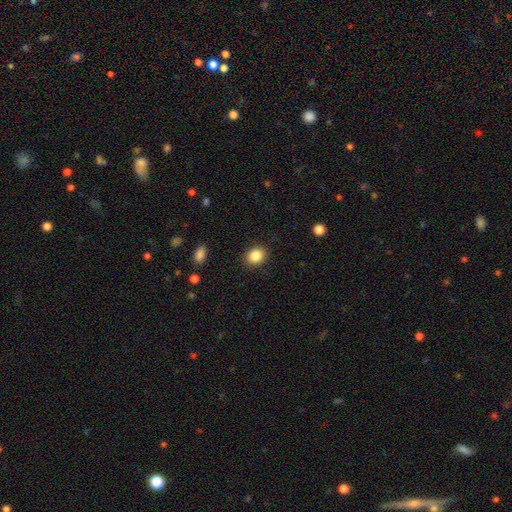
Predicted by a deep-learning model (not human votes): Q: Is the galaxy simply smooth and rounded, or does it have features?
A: smooth — 86%.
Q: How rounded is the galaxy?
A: round — 56%.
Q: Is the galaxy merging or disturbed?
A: none — 89%.